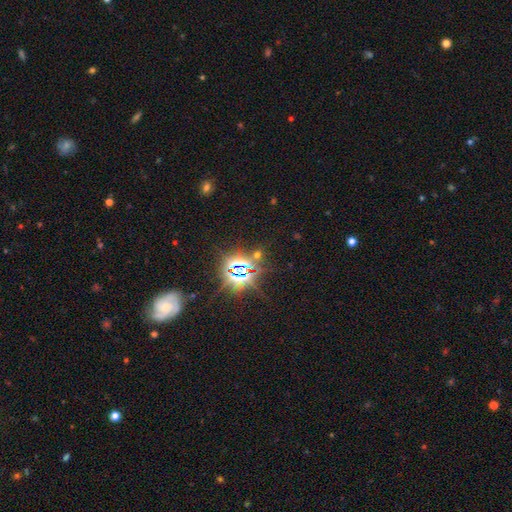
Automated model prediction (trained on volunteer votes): Q: Smooth or featured?
A: star or artifact (77%); runner-up: featured or disk (12%)